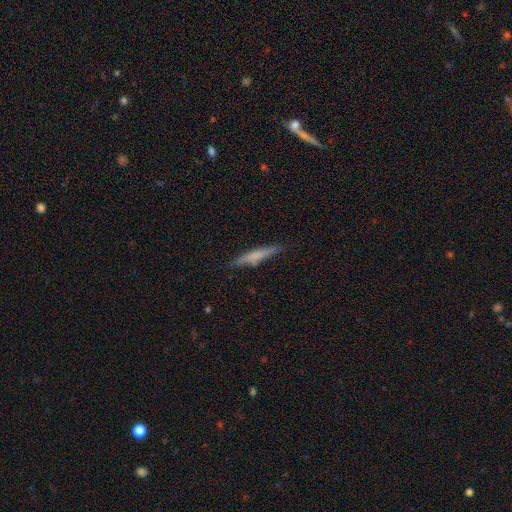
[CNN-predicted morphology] smooth_or_featured: smooth (p=0.57) [alt: featured or disk p=0.37]
how_rounded: cigar-shaped (p=0.93) [alt: in between p=0.05]
merging: none (p=0.86) [alt: minor disturbance p=0.11]